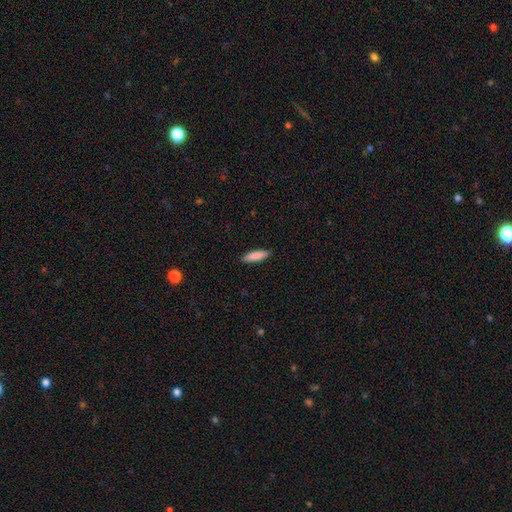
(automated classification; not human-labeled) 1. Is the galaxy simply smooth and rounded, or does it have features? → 87% smooth, 7% featured or disk, 6% star or artifact.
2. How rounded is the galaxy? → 64% cigar-shaped, 34% in between, 1% round.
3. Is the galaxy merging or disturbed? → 88% none, 9% minor disturbance, 2% major disturbance, 1% merger.